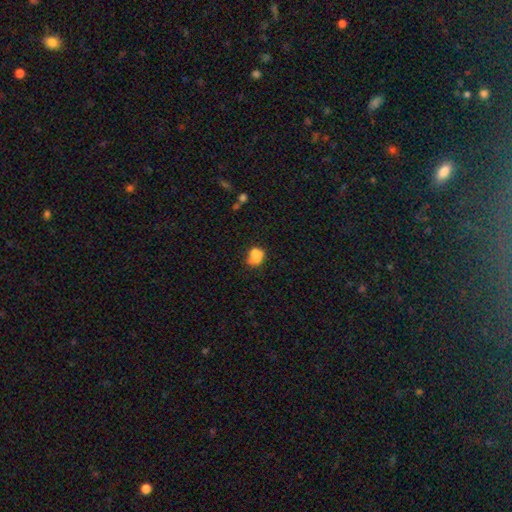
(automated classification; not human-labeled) A smooth galaxy with no disk features (68%) that is round (52%). Merging: none (44%).